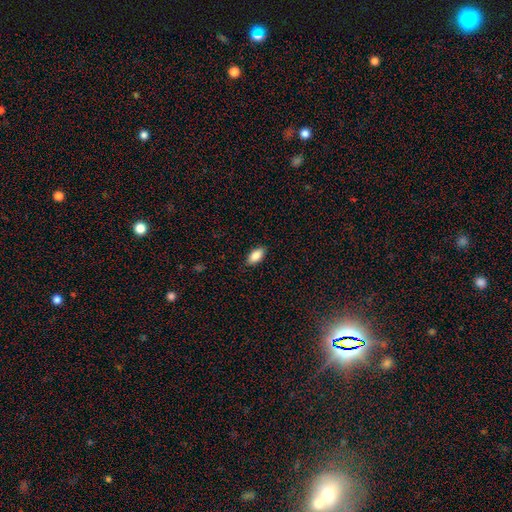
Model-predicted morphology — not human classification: Smooth or featured? smooth (85%)
How rounded? in between (91%)
Merging? none (87%)